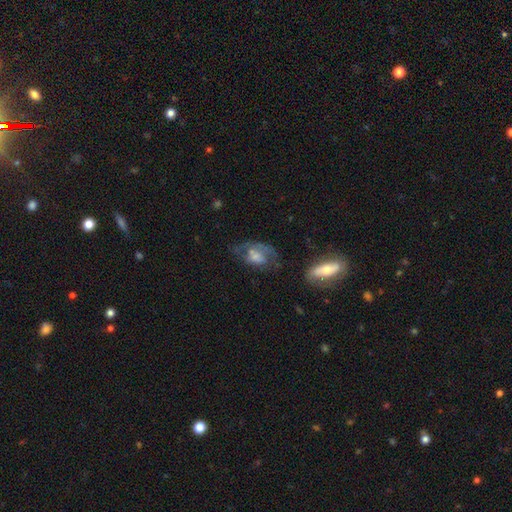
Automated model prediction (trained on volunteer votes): This is possibly a featured or disk galaxy (45%). Merging: marginally major disturbance (33%, tied with none).